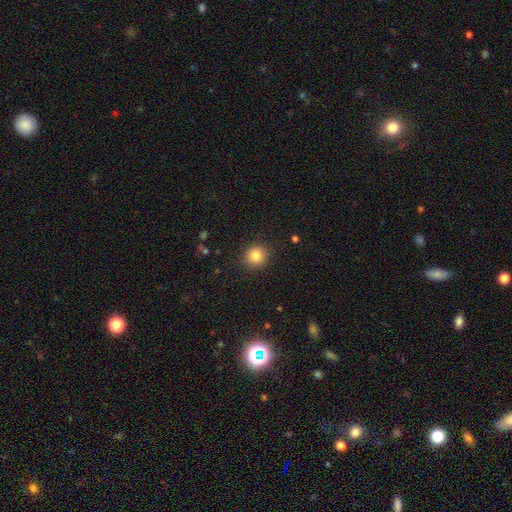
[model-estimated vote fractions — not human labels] A smooth galaxy with no disk features (83%) that is round (87%).

Vote fractions:
- Smooth or featured? smooth: 83% / star or artifact: 11% / featured or disk: 6%
- How rounded? round: 87% / in between: 12% / cigar-shaped: 1%
- Merging? none: 89% / minor disturbance: 7% / major disturbance: 2% / merger: 1%